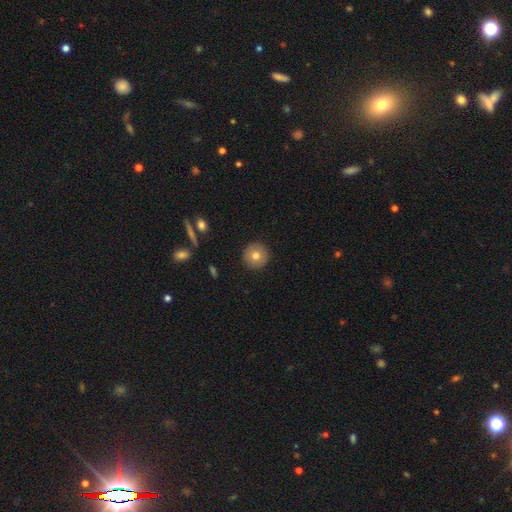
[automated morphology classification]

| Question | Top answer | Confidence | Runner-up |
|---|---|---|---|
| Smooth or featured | smooth | 77% | featured or disk (14%) |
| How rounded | round | 95% | in between (4%) |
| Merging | none | 92% | minor disturbance (5%) |